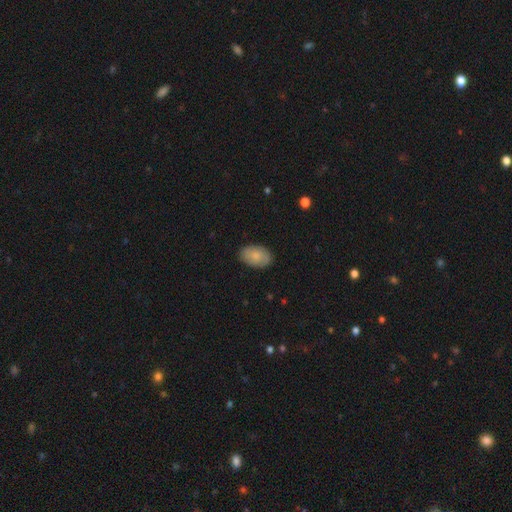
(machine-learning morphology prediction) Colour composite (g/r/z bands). It shows a smooth galaxy with no disk features (79%) that is in between round and cigar-shaped (90%). Merging: none (85%).